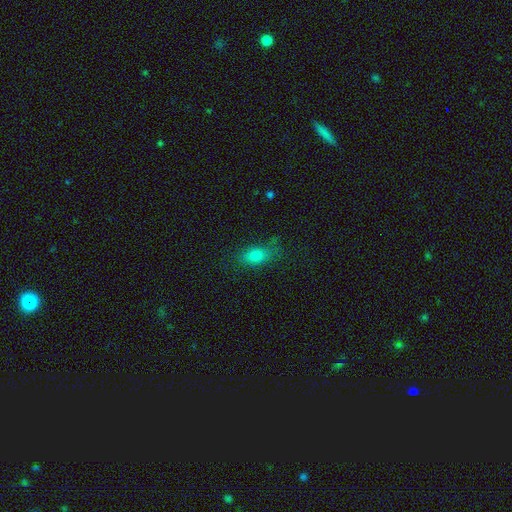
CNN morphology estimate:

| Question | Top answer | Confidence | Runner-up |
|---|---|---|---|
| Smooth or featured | smooth | 80% | star or artifact (11%) |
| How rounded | in between | 82% | round (9%) |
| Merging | none | 70% | minor disturbance (21%) |